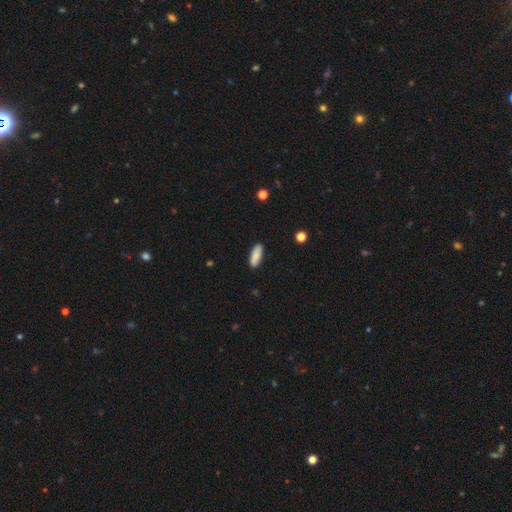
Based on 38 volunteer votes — Smooth or featured? smooth (92%)
How rounded? cigar-shaped (57%)
Merging? none (89%)